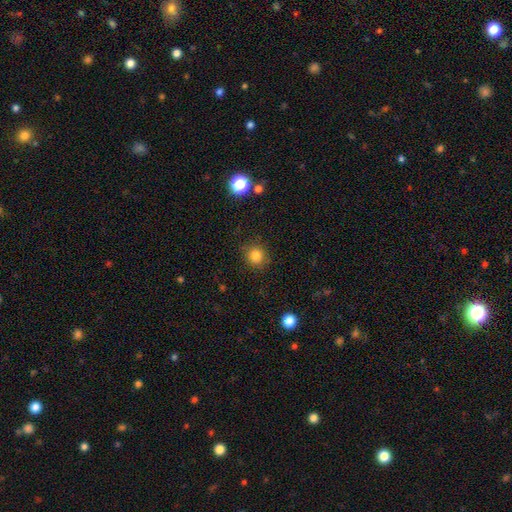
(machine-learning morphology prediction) smooth 83%, star or artifact 12%, featured or disk 5%. Down the decision tree: how rounded — round (89%); merging — none (86%).